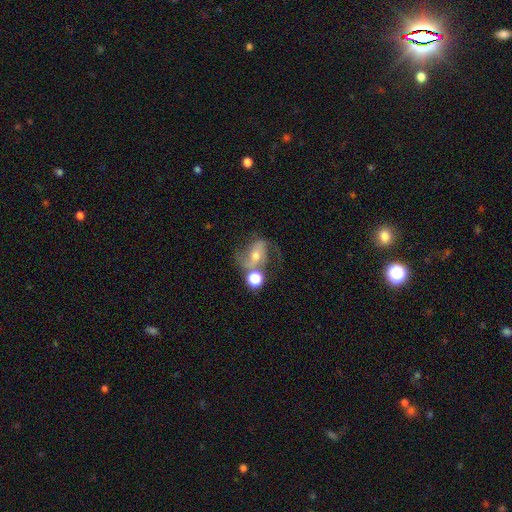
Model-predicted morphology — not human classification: Smooth or featured: featured or disk — 71% (smooth — 18%)
Edge-on disk: no — 96% (yes — 4%)
Bar: no — 36% (weak — 34%)
Spiral arms: yes — 90% (no — 10%)
Spiral winding: loose — 51% (medium — 39%)
Spiral arm count: 2 — 88% (can't tell — 5%)
Bulge size: moderate — 58% (small — 33%)
Merging: none — 50% (merger — 22%)